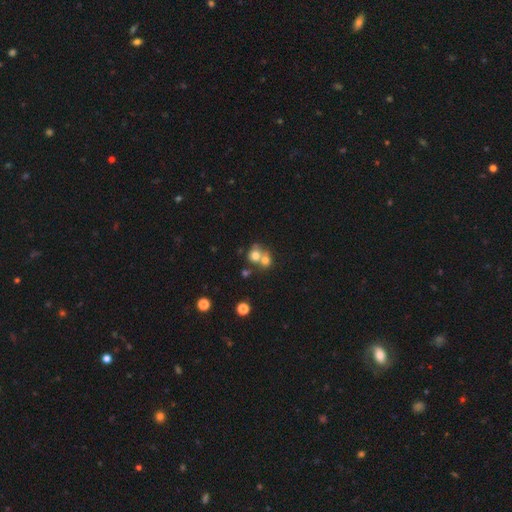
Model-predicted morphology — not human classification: A smooth galaxy with no disk features (71%) that is round (77%).

Vote fractions:
- Smooth or featured? smooth: 71% / featured or disk: 17% / star or artifact: 13%
- How rounded? round: 77% / in between: 22% / cigar-shaped: 1%
- Merging? merger: 59% / none: 31% / minor disturbance: 6% / major disturbance: 3%